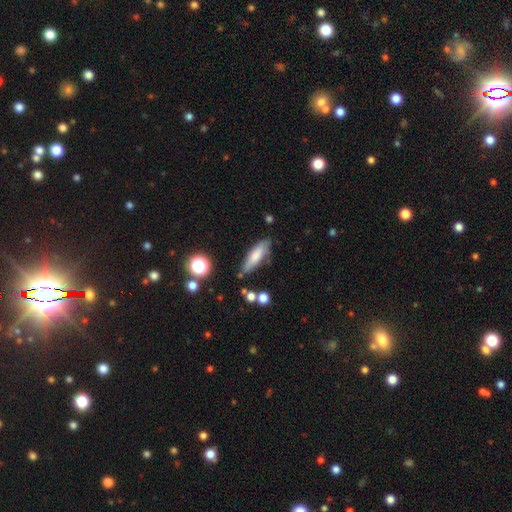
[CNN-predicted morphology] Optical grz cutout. It shows a smooth galaxy with no disk features (71%) that is cigar-shaped (50%). Merging: none (73%).